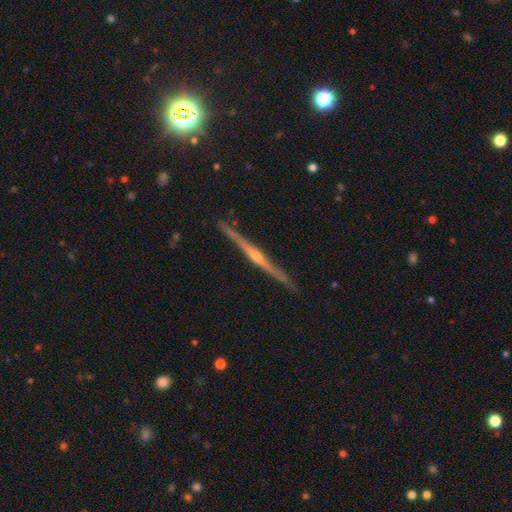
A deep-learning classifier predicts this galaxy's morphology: Q: Smooth or featured?
A: featured or disk (86%); runner-up: smooth (8%)
Q: Edge-on disk?
A: yes (98%); runner-up: no (2%)
Q: Edge-on bulge?
A: rounded (85%); runner-up: none (10%)
Q: Merging?
A: none (91%); runner-up: minor disturbance (6%)